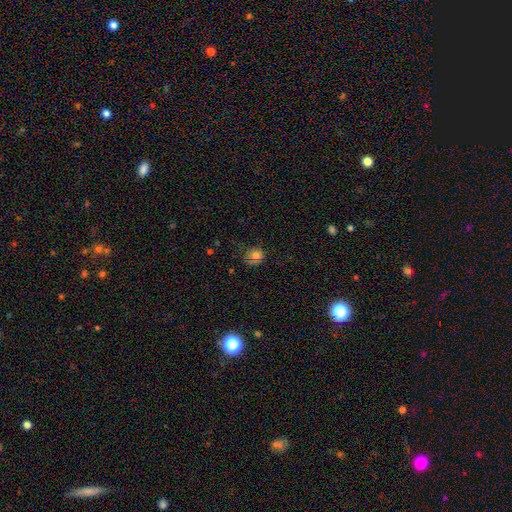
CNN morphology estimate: Overall: smooth (75%). How rounded: round (76%). Merging: none (59%; minor disturbance 27%).